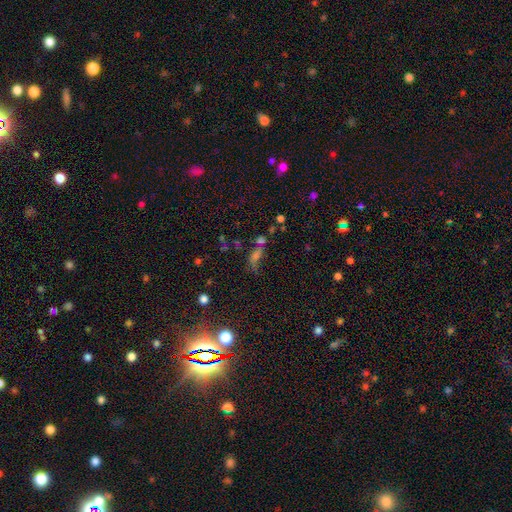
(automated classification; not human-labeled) A smooth galaxy with no disk features (40%). Merging: none (42%).